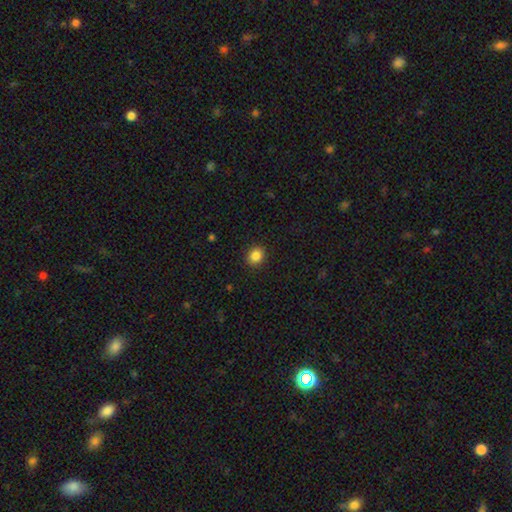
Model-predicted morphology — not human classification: This appears to be a smooth galaxy with no disk features (86%) that is round (73%). Merging: none (91%).